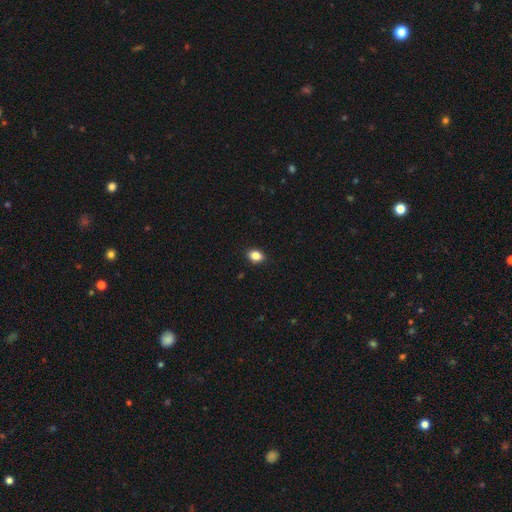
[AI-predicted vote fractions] The model was most divided on "how rounded": in between: 72%, round: 27%, cigar-shaped: 1%. More confident: merging — none (89%); smooth or featured — smooth (86%).